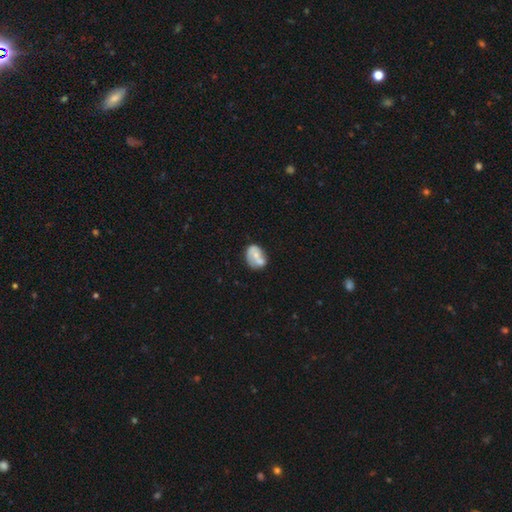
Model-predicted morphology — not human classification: Smooth or featured?
  - smooth: 49% *
  - featured or disk: 44%
  - star or artifact: 7%
Merging?
  - merger: 43% *
  - none: 30%
  - minor disturbance: 18%
  - major disturbance: 9%